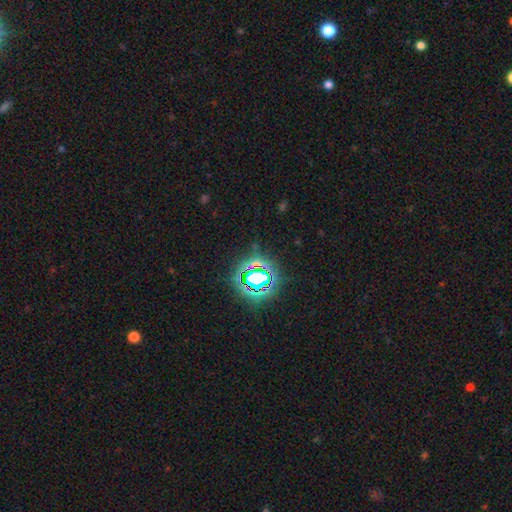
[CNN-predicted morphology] star or artifact 82%, smooth 11%, featured or disk 7%.